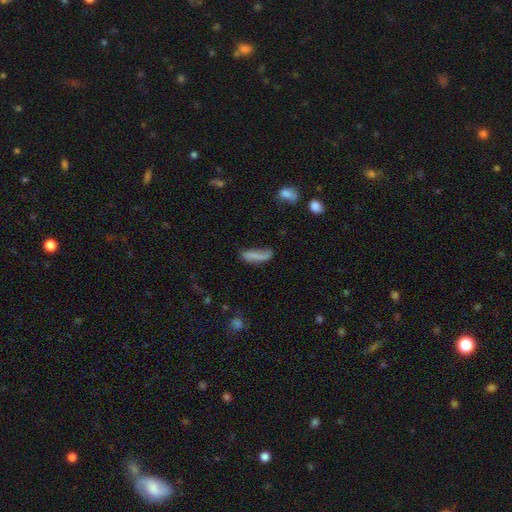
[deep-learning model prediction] This appears to be a smooth galaxy with no disk features (70%) that is cigar-shaped (55%). Merging: none (47%).